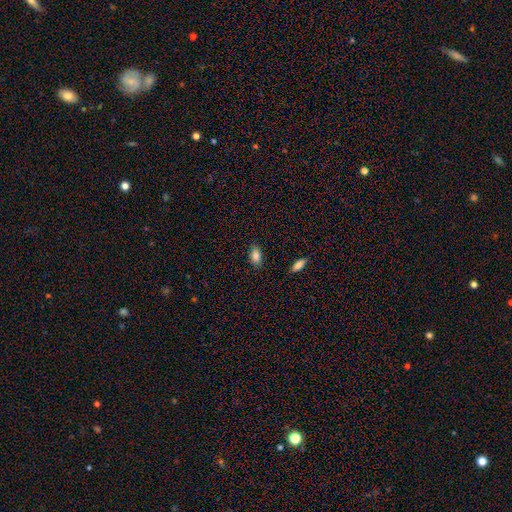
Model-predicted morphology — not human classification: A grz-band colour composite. It shows a smooth galaxy with no disk features (84%) that is in between round and cigar-shaped (89%). Merging: none (85%).